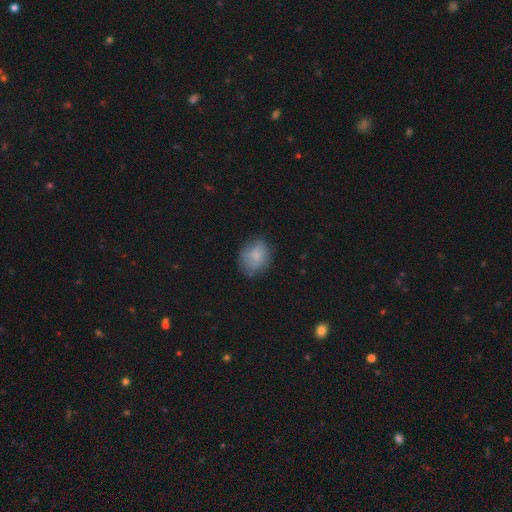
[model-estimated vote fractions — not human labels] The model was most divided on "how rounded": round: 55%, in between: 44%, cigar-shaped: 1%. More confident: smooth or featured — smooth (73%); merging — none (65%).